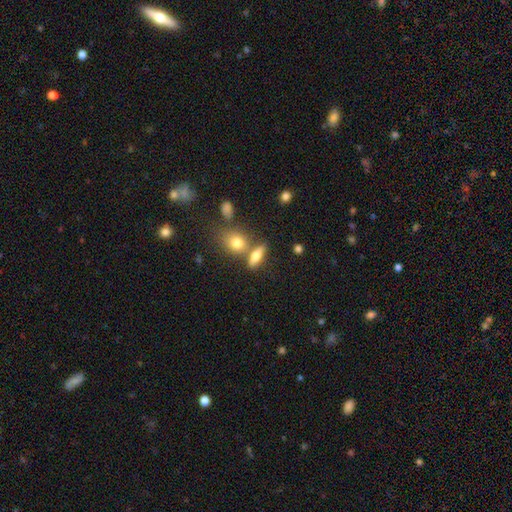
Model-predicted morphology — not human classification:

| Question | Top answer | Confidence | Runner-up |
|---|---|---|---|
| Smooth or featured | smooth | 70% | featured or disk (20%) |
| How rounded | in between | 62% | cigar-shaped (26%) |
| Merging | none | 58% | merger (26%) |